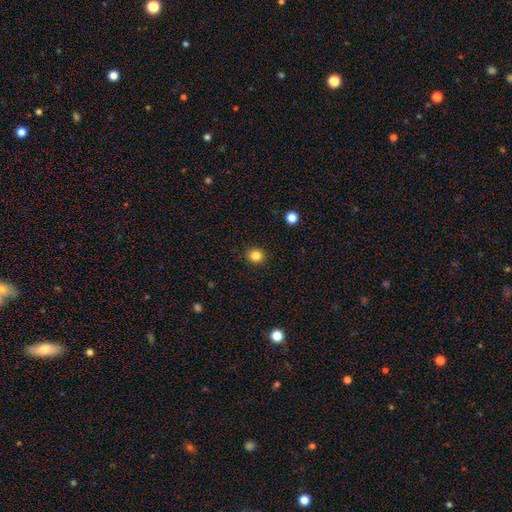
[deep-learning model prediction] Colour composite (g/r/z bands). It shows a smooth galaxy with no disk features (84%) that is round (80%). Merging: none (90%).